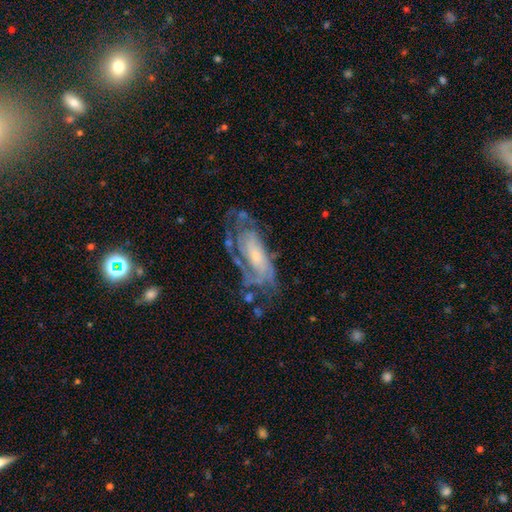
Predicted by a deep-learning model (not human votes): This is likely a featured or disk galaxy (79%). It is clearly not viewed edge-on (90%). Bar: likely no (63%). Spiral arm pattern: clearly yes (88%). Spiral arm count: possibly can't tell (45%). Spiral winding: possibly tight (55%). Central bulge: possibly small (58%). Merging: possibly none (53%).